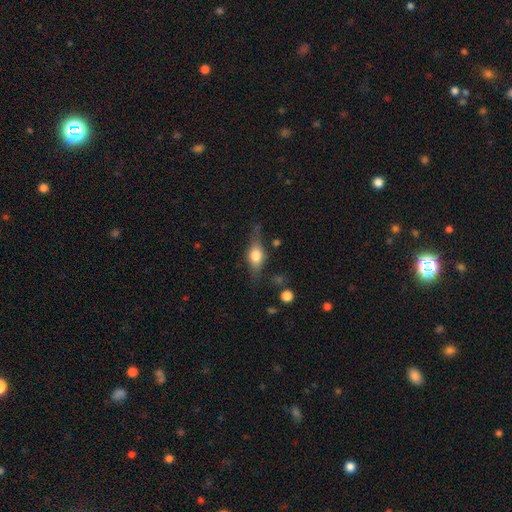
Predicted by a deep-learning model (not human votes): Smooth or featured?
  - smooth: 52% *
  - featured or disk: 41%
  - star or artifact: 8%
How rounded?
  - in between: 66% *
  - cigar-shaped: 22%
  - round: 12%
Merging?
  - none: 65% *
  - minor disturbance: 22%
  - major disturbance: 9%
  - merger: 3%